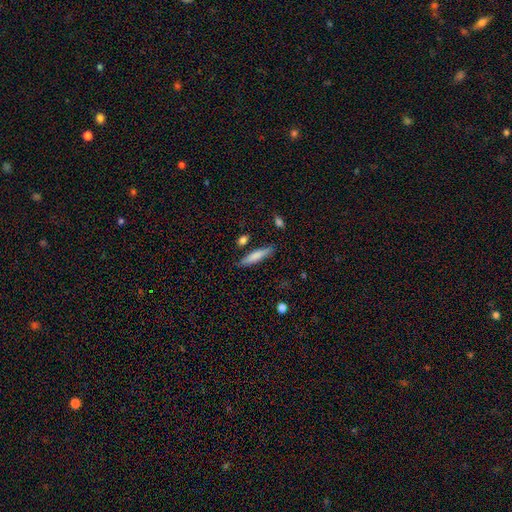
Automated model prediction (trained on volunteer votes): This is likely a smooth galaxy (75%). How rounded: clearly cigar-shaped (85%). Merging: clearly none (82%).